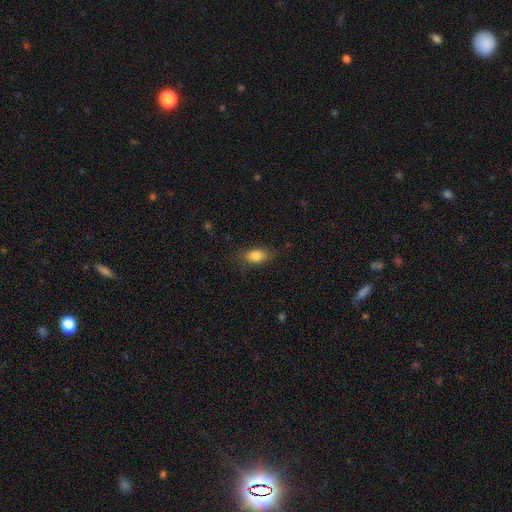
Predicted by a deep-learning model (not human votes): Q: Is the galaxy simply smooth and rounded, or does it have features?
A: smooth — 83%.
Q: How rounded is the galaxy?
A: in between — 86%.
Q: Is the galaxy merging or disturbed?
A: none — 75%.